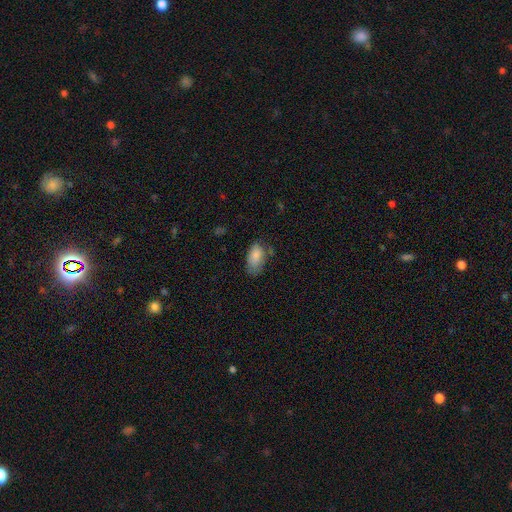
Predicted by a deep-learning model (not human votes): Smooth or featured: smooth — 84% (featured or disk — 8%)
How rounded: in between — 93% (round — 4%)
Merging: none — 55% (minor disturbance — 32%)